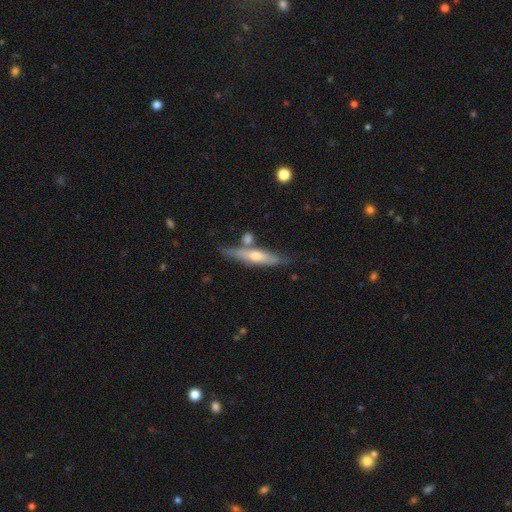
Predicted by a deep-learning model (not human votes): This is likely a featured or disk galaxy (63%). It is clearly viewed edge-on (90%). Edge-on bulge: clearly rounded (83%). Merging: likely none (69%).